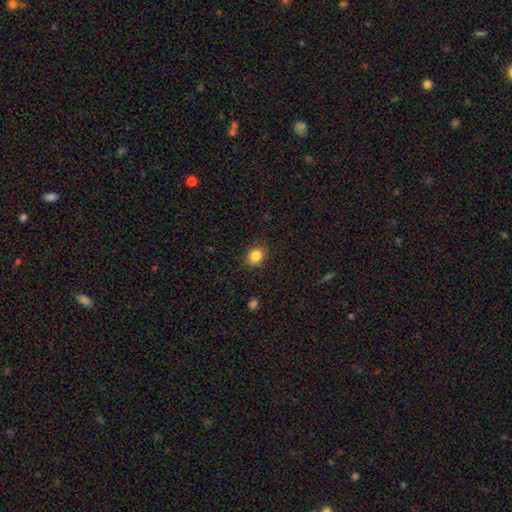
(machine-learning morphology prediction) Smooth or featured: smooth — 84% (star or artifact — 10%)
How rounded: round — 67% (in between — 32%)
Merging: none — 86% (minor disturbance — 11%)